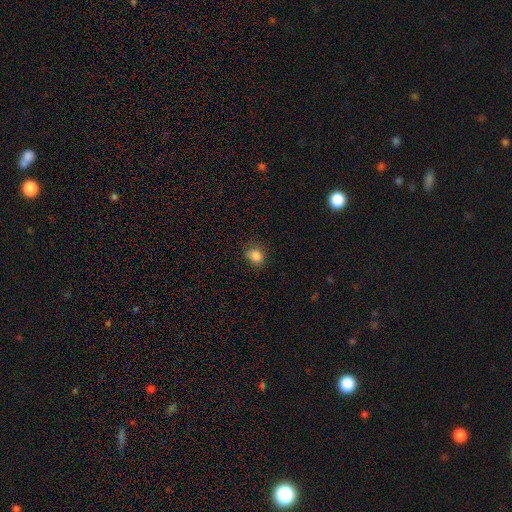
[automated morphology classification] Q: Smooth or featured?
A: smooth (84%); runner-up: star or artifact (11%)
Q: How rounded?
A: round (54%); runner-up: in between (45%)
Q: Merging?
A: none (72%); runner-up: minor disturbance (21%)